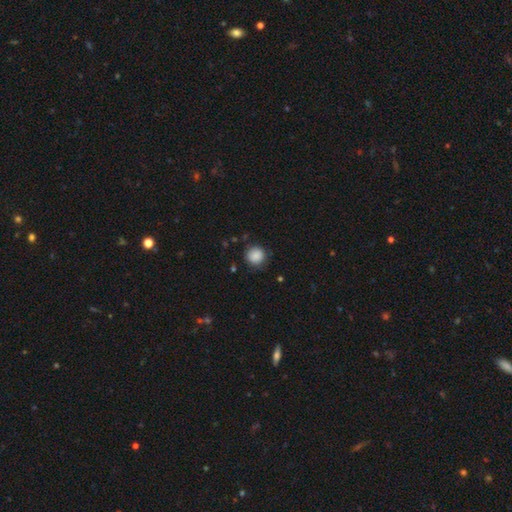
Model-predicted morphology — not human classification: smooth 87%, star or artifact 8%, featured or disk 4%. Down the decision tree: how rounded — round (92%); merging — none (82%).